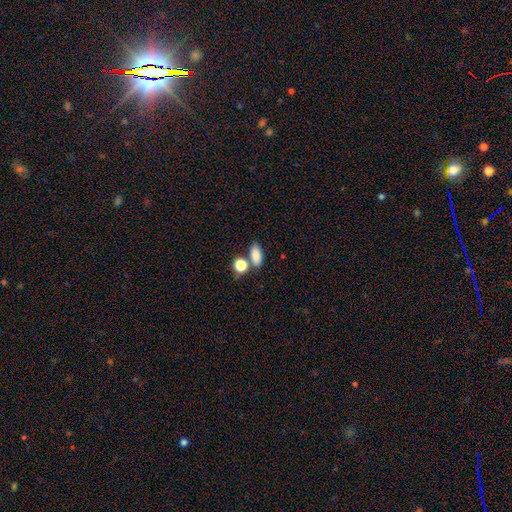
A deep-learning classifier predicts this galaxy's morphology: Smooth or featured: smooth — 84% (star or artifact — 9%)
How rounded: in between — 83% (round — 11%)
Merging: none — 64% (merger — 21%)